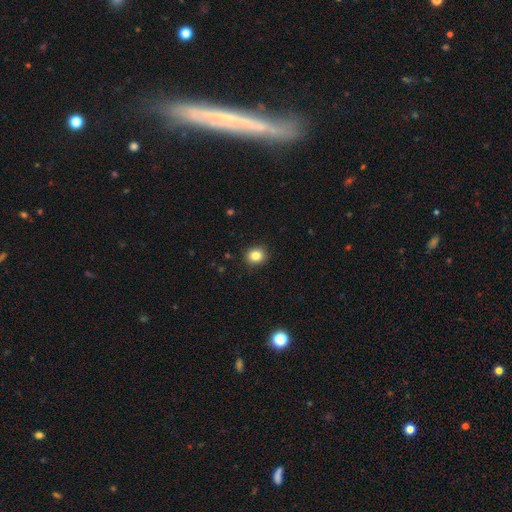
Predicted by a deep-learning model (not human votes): smooth-or-featured: smooth: 84% | star or artifact: 10% | featured or disk: 5%
  how-rounded: round: 73% | in between: 26% | cigar-shaped: 1%
  merging: none: 91% | minor disturbance: 7% | major disturbance: 2% | merger: 1%